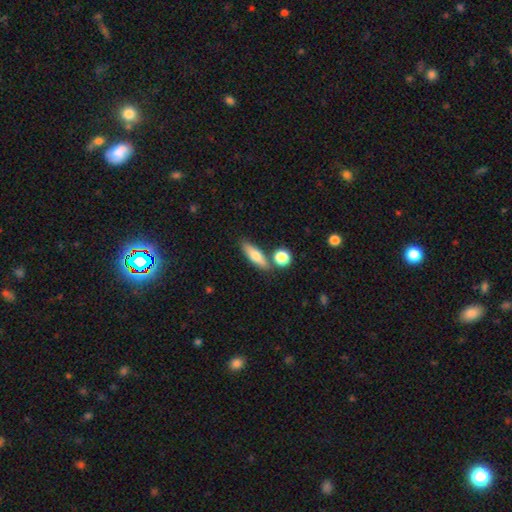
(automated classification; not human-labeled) smooth-or-featured: smooth: 66% | featured or disk: 27% | star or artifact: 7%
  how-rounded: cigar-shaped: 49% | in between: 46% | round: 5%
  merging: none: 73% | merger: 13% | minor disturbance: 11% | major disturbance: 3%